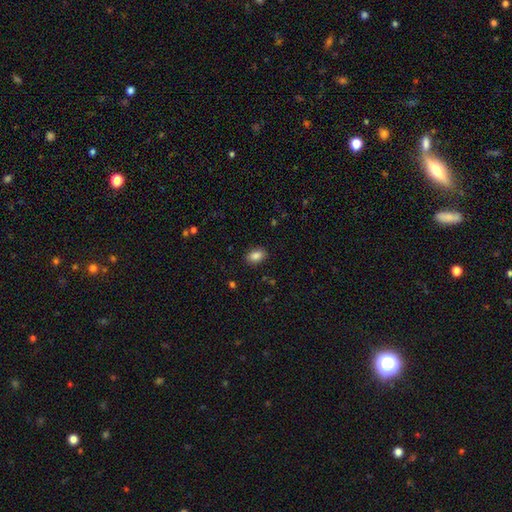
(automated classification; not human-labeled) smooth-or-featured: smooth: 87% | star or artifact: 8% | featured or disk: 5%
  how-rounded: in between: 88% | round: 11% | cigar-shaped: 1%
  merging: none: 88% | minor disturbance: 9% | major disturbance: 2% | merger: 1%